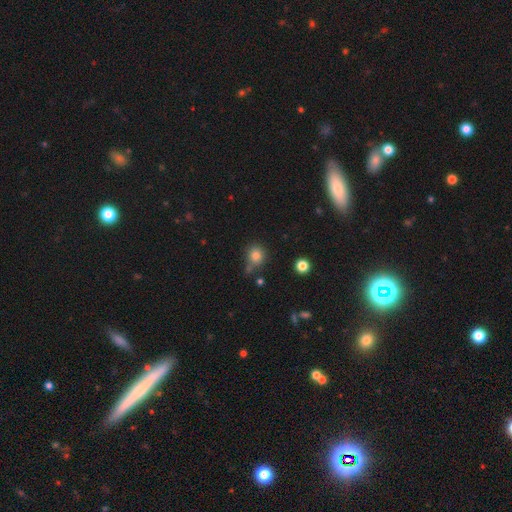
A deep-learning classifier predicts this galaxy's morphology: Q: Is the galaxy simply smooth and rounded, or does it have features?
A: smooth — 80%.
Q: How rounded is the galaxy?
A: round — 84%.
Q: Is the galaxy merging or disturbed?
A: none — 68%.